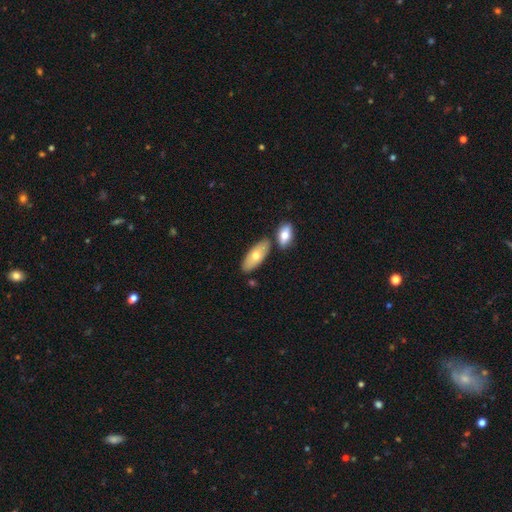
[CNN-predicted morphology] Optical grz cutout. It shows a smooth galaxy with no disk features (68%) that is in between round and cigar-shaped (83%). Merging: none (73%).